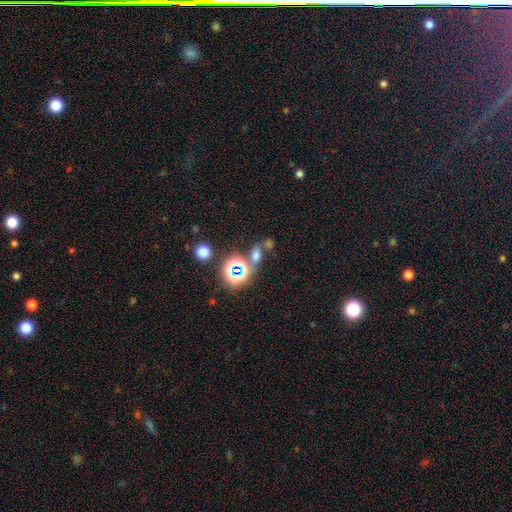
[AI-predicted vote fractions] Morphology: type=smooth (49%); merging=none (52%).